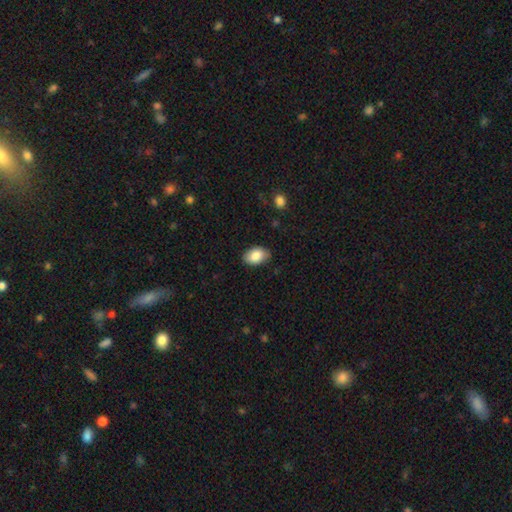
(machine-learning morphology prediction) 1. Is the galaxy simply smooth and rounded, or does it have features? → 85% smooth, 8% featured or disk, 7% star or artifact.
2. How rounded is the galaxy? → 90% in between, 9% round, 1% cigar-shaped.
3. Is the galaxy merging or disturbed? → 85% none, 12% minor disturbance, 2% major disturbance, 1% merger.